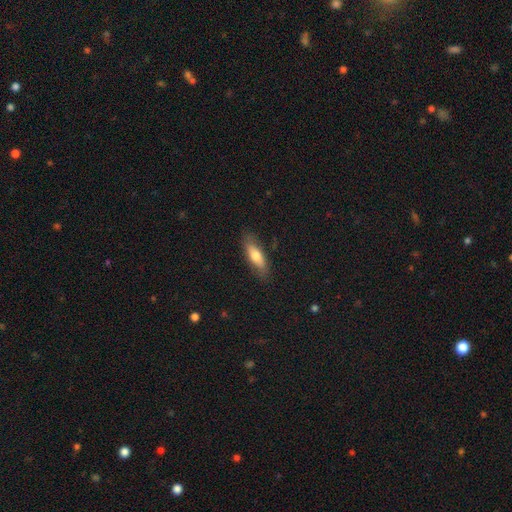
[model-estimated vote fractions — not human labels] This appears to be a smooth galaxy with no disk features (69%) that is in between round and cigar-shaped (59%). Merging: none (80%).